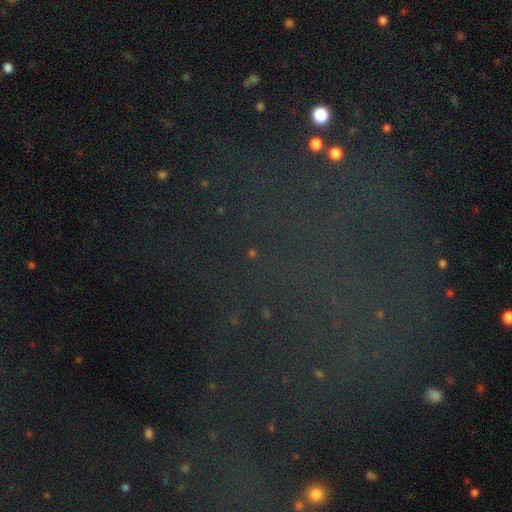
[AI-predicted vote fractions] Smooth or featured?
  - star or artifact: 70% *
  - smooth: 16%
  - featured or disk: 14%